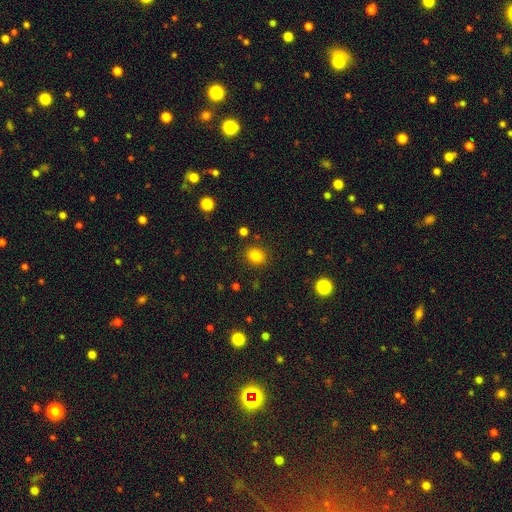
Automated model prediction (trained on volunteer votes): The model was most divided on "how rounded": round: 68%, in between: 32%, cigar-shaped: 1%. More confident: merging — none (87%); smooth or featured — smooth (82%).